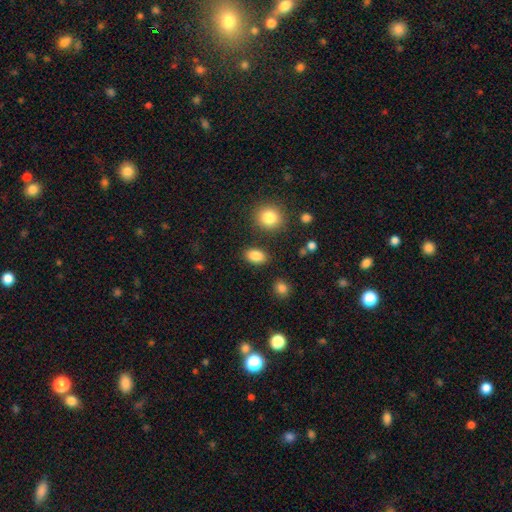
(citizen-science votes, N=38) Smooth or featured? 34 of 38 (89%) said smooth. How rounded? 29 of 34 (85%) said in between. Merging? 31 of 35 (89%) said none.